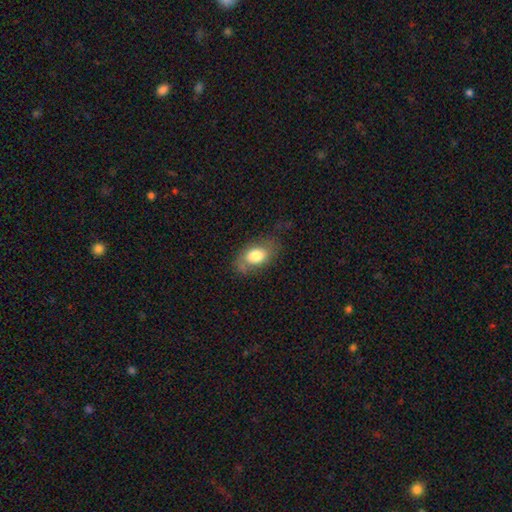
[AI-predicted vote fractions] Smooth or featured: smooth — 72% (featured or disk — 20%)
How rounded: in between — 86% (round — 11%)
Merging: none — 60% (minor disturbance — 27%)